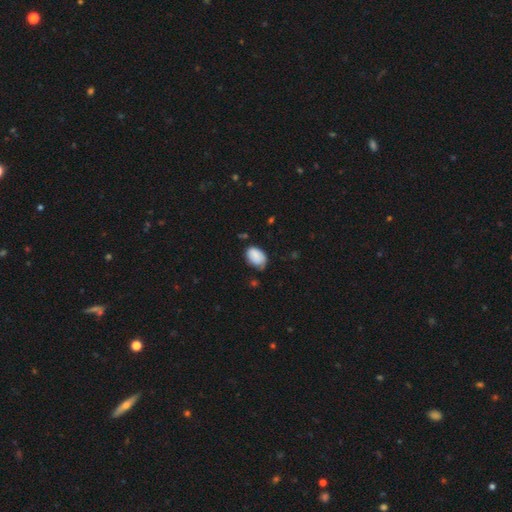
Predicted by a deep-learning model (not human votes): A smooth galaxy with no disk features (85%) that is in between round and cigar-shaped (87%). Merging: none (57%).